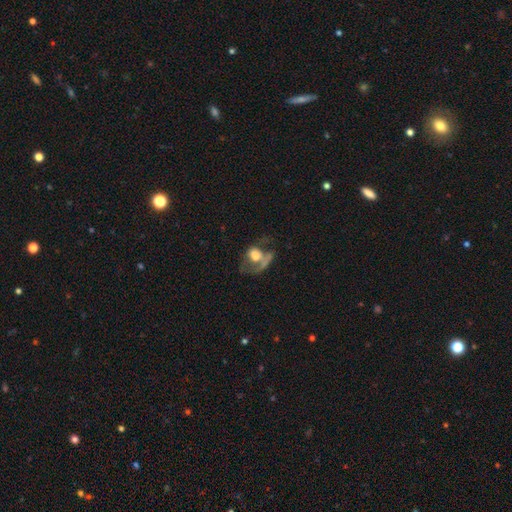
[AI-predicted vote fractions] Smooth or featured?
  - smooth: 47% *
  - featured or disk: 43%
  - star or artifact: 10%
Merging?
  - major disturbance: 47% *
  - none: 20%
  - merger: 19%
  - minor disturbance: 14%